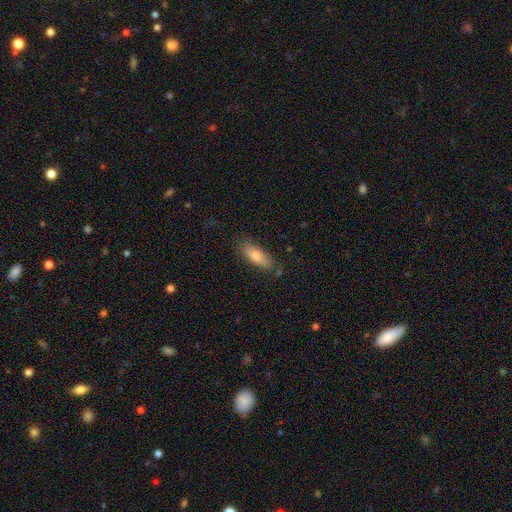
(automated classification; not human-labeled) A smooth galaxy with no disk features (76%) that is in between round and cigar-shaped (64%). Merging: none (80%).